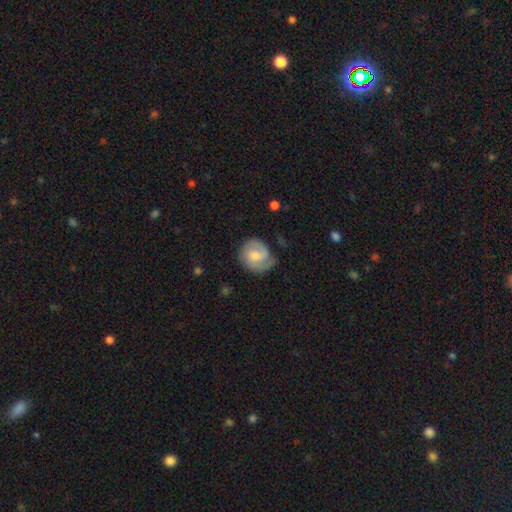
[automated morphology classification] This appears to be a featured or disk galaxy (67%) with no bar (51%), 2 (61%) medium (43%) spiral arms (92%) and a moderate central bulge (52%). Merging: none (66%).